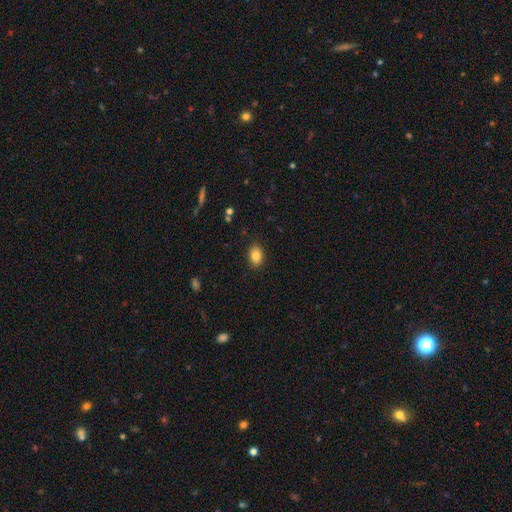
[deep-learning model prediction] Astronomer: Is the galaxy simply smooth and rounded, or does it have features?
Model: smooth — 85%.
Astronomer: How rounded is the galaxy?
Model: in between — 83%.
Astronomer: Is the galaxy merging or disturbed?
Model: none — 88%.